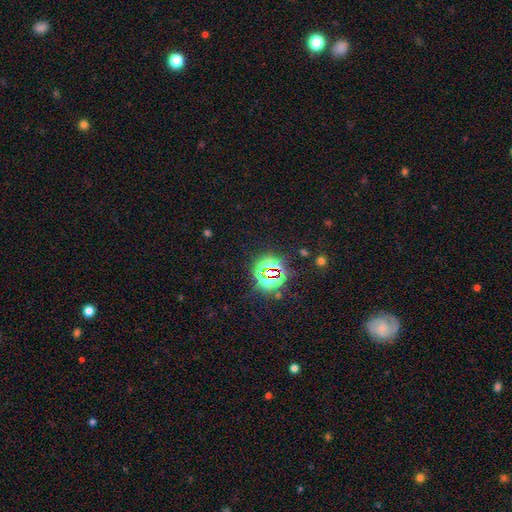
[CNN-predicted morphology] smooth_or_featured: star or artifact (p=0.78) [alt: smooth p=0.14]